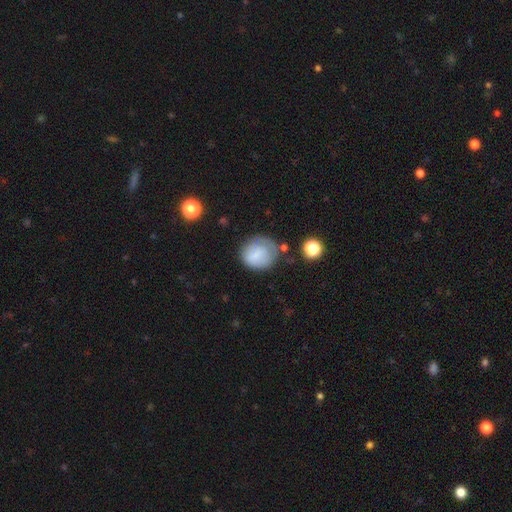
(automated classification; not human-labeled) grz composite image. It shows a smooth galaxy with no disk features (74%) that is round (75%). Merging: none (53%).